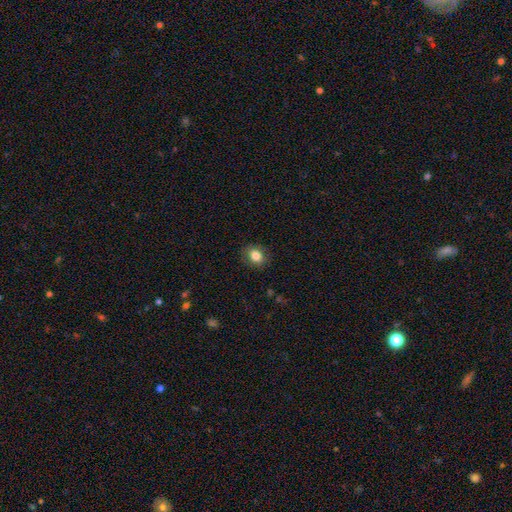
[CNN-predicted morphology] smooth 83%, star or artifact 10%, featured or disk 7%. Down the decision tree: how rounded — round (53%); merging — none (85%).